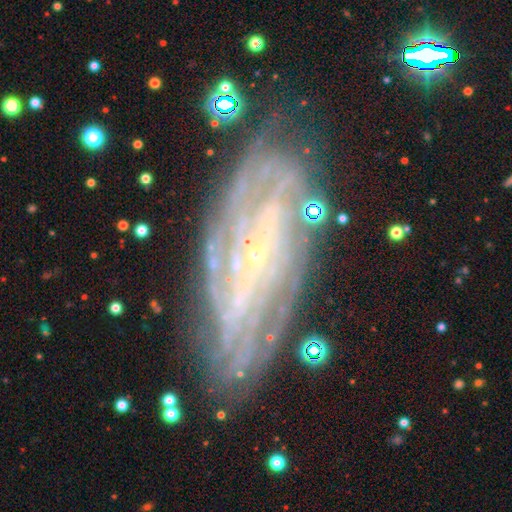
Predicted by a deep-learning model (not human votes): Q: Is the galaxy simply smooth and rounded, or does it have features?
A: featured or disk — 84%.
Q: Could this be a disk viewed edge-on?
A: no — 86%.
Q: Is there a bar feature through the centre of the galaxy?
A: no — 50%.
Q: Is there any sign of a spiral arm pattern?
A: yes — 92%.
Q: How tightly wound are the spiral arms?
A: tight — 68%.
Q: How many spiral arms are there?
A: can't tell — 39%.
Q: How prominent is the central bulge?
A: small — 88%.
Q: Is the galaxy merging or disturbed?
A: none — 77%.